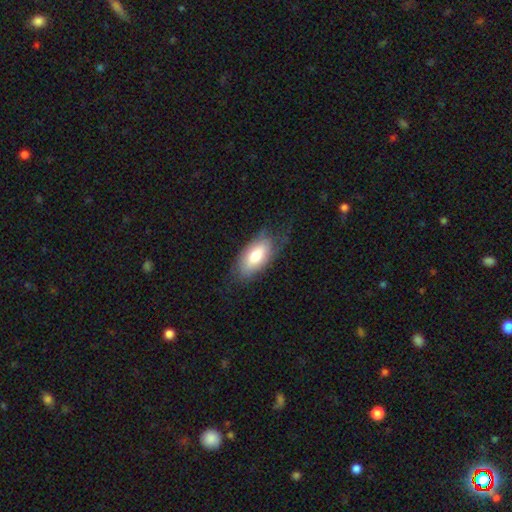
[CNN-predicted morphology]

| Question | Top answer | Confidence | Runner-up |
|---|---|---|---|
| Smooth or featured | smooth | 70% | featured or disk (23%) |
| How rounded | in between | 90% | cigar-shaped (8%) |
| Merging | none | 64% | minor disturbance (24%) |